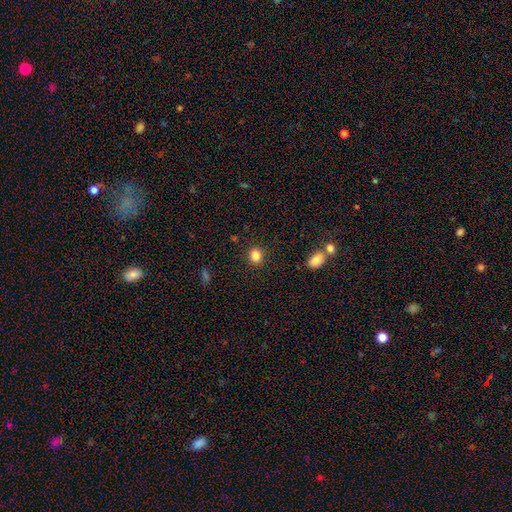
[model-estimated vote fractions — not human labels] Smooth or featured? Predicted: smooth (p=0.85). How rounded? Predicted: round (p=0.78). Merging? Predicted: none (p=0.90).